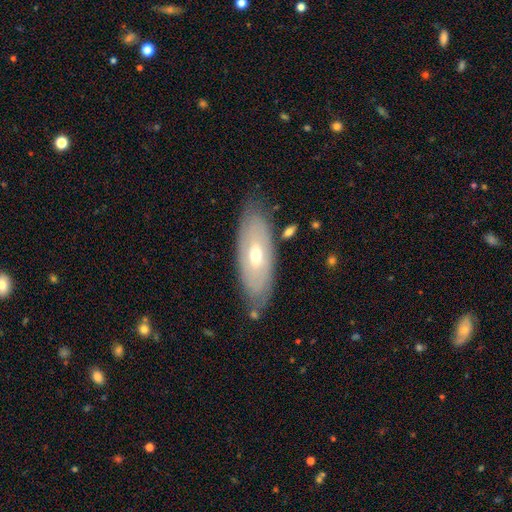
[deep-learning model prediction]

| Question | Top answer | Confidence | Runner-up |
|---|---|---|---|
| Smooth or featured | featured or disk | 54% | smooth (40%) |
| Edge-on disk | no | 77% | yes (23%) |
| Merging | none | 76% | minor disturbance (17%) |